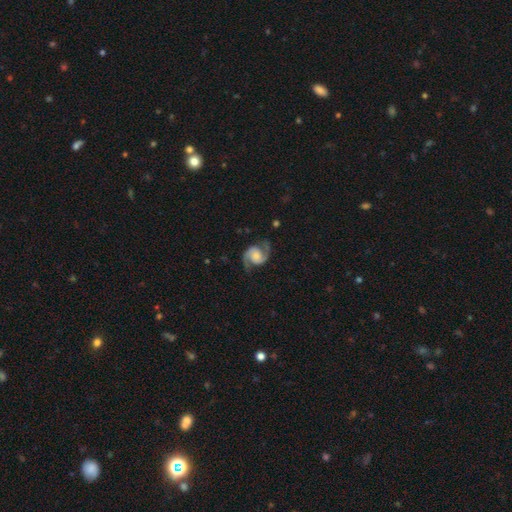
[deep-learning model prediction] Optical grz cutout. It shows a featured or disk galaxy (90%) with no bar (65%), 2 (94%) medium (56%) spiral arms (98%) and a moderate central bulge (32%). Merging: none (79%).